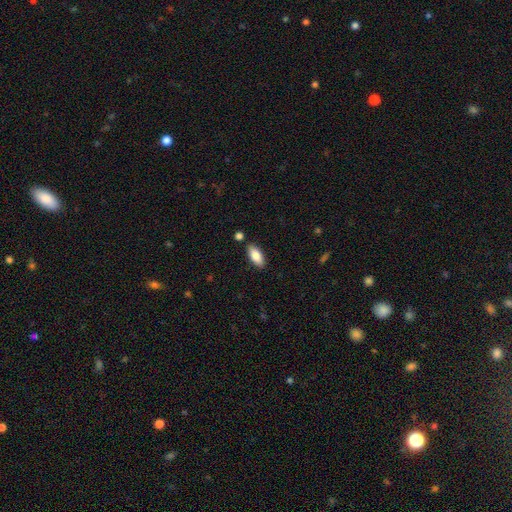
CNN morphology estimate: A smooth galaxy with no disk features (83%) that is in between round and cigar-shaped (86%). Merging: none (85%).